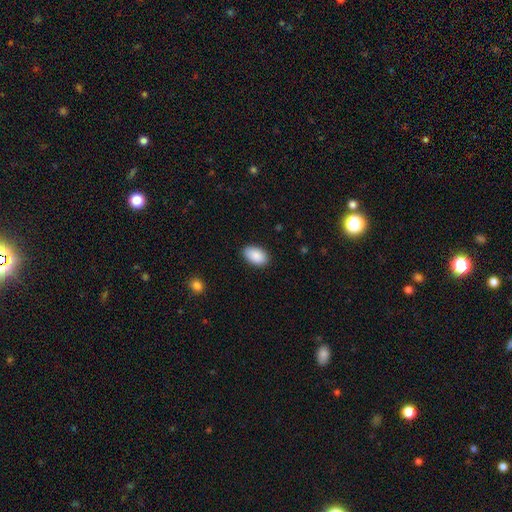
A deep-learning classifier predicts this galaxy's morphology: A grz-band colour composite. It shows a smooth galaxy with no disk features (90%) that is in between round and cigar-shaped (93%). Merging: none (87%).